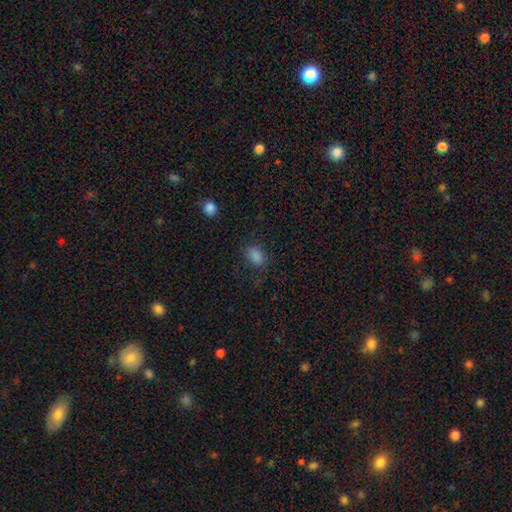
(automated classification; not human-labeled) Smooth or featured? smooth (83%)
How rounded? in between (79%)
Merging? none (77%)